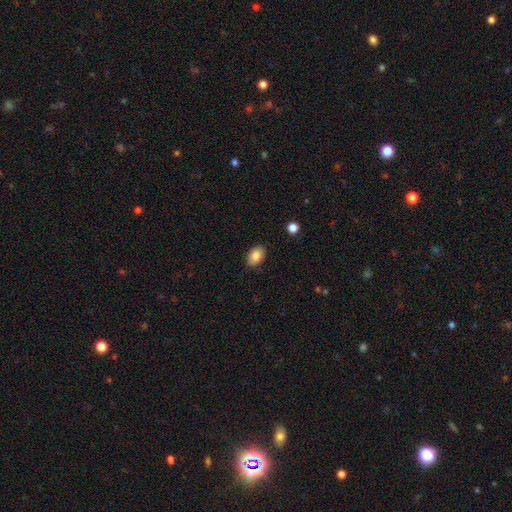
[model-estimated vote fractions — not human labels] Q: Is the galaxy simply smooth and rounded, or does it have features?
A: smooth — 86%.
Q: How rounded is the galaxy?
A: in between — 88%.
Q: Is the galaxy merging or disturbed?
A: none — 85%.